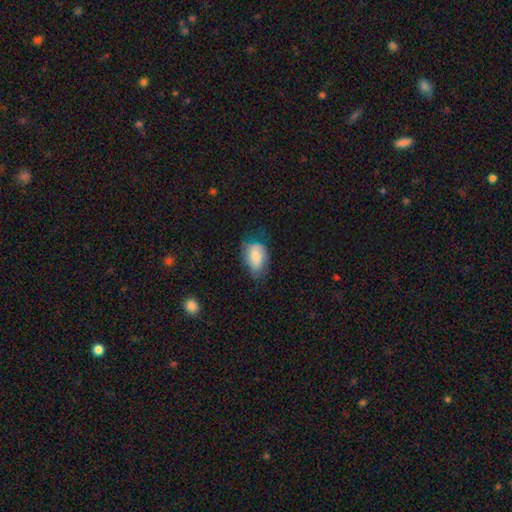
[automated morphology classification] smooth 72%, featured or disk 20%, star or artifact 8%. Down the decision tree: how rounded — in between (88%); merging — none (50%).